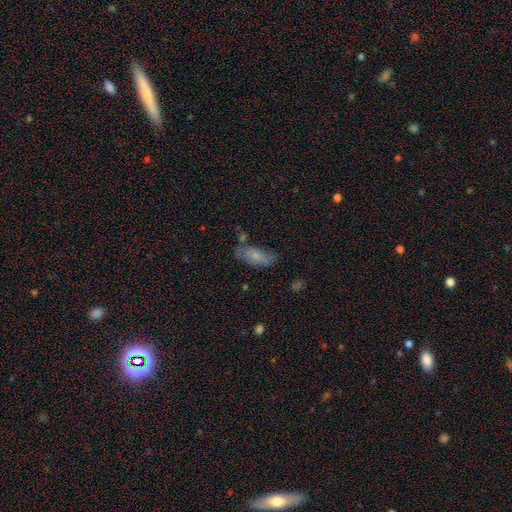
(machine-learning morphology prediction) smooth_or_featured: smooth (p=0.66) [alt: featured or disk p=0.26]
how_rounded: in between (p=0.82) [alt: cigar-shaped p=0.15]
merging: none (p=0.55) [alt: minor disturbance p=0.26]